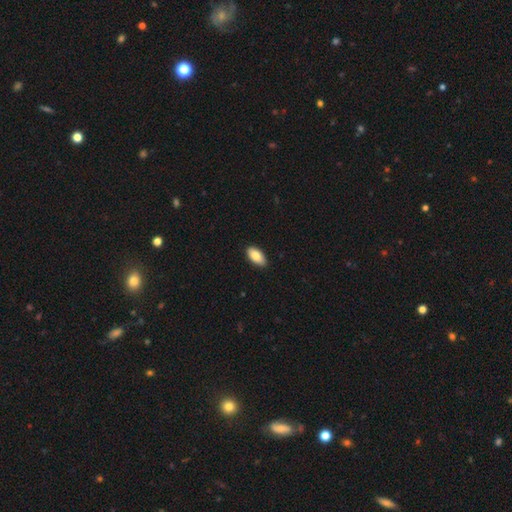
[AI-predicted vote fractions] smooth-or-featured: smooth: 85% | featured or disk: 9% | star or artifact: 6%
  how-rounded: in between: 93% | cigar-shaped: 5% | round: 2%
  merging: none: 88% | minor disturbance: 10% | major disturbance: 2% | merger: 1%